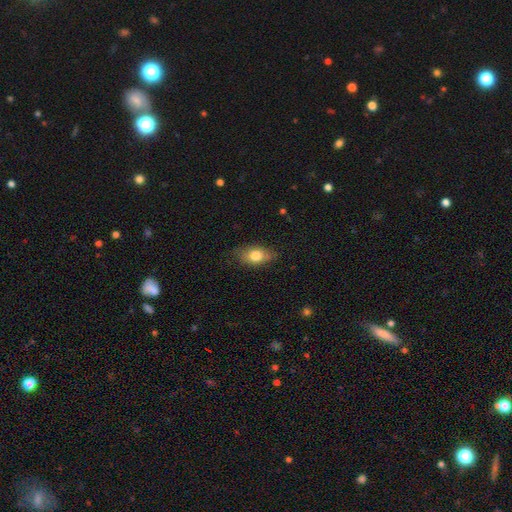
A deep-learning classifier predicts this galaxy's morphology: smooth-or-featured: smooth: 76% | featured or disk: 16% | star or artifact: 8%
  how-rounded: in between: 84% | round: 11% | cigar-shaped: 5%
  merging: none: 76% | minor disturbance: 19% | major disturbance: 4% | merger: 1%